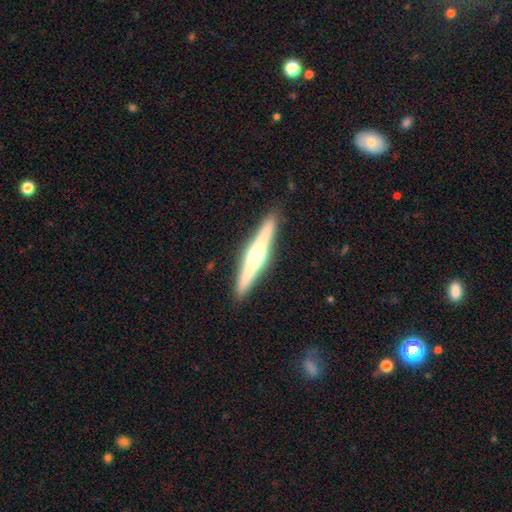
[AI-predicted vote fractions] This appears to be a featured or disk galaxy (57%) viewed edge-on (96%) with a rounded central bulge (85%). Merging: none (91%).